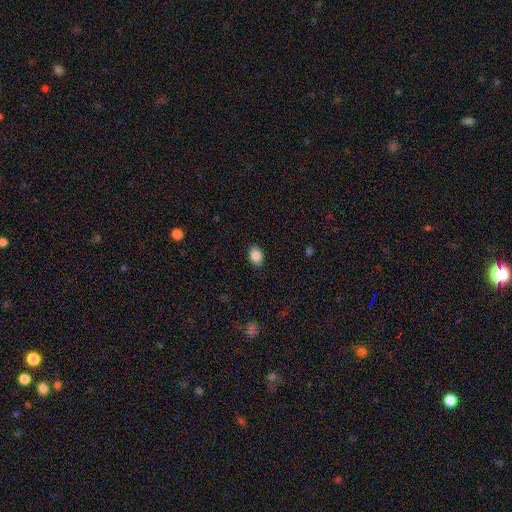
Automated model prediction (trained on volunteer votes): Q: Smooth or featured?
A: smooth (87%); runner-up: star or artifact (9%)
Q: How rounded?
A: in between (67%); runner-up: round (32%)
Q: Merging?
A: none (87%); runner-up: minor disturbance (10%)